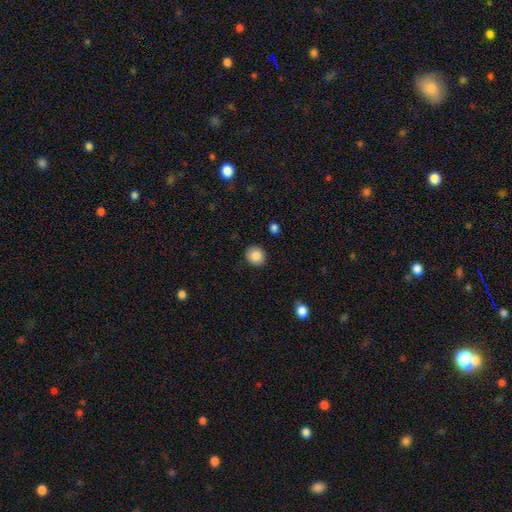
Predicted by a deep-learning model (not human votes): Smooth or featured? smooth (85%)
How rounded? round (83%)
Merging? none (89%)